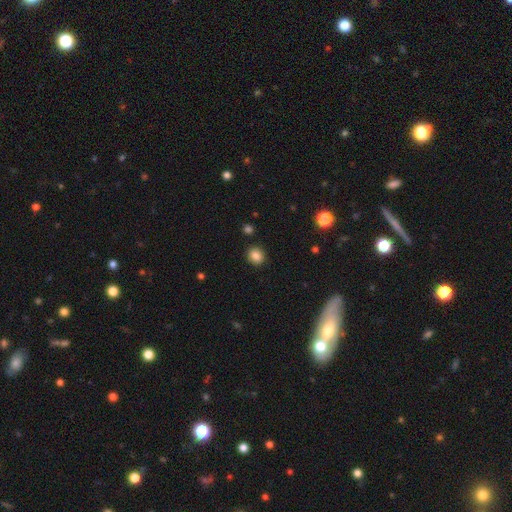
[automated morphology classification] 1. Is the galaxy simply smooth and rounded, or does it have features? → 85% smooth, 10% star or artifact, 4% featured or disk.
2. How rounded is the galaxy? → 76% round, 23% in between, 1% cigar-shaped.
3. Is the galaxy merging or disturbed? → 90% none, 6% minor disturbance, 2% major disturbance, 2% merger.